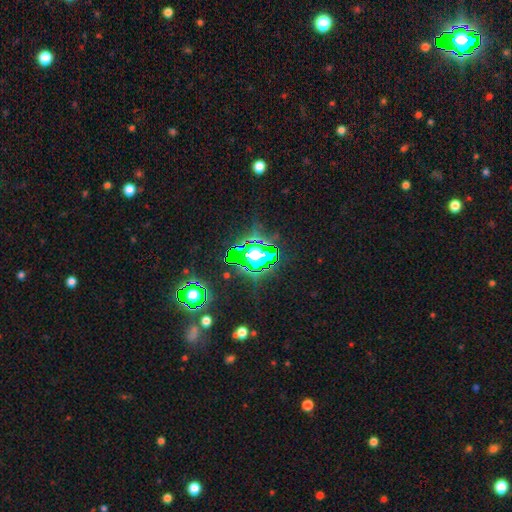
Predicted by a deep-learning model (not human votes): Smooth or featured? star or artifact (64%)